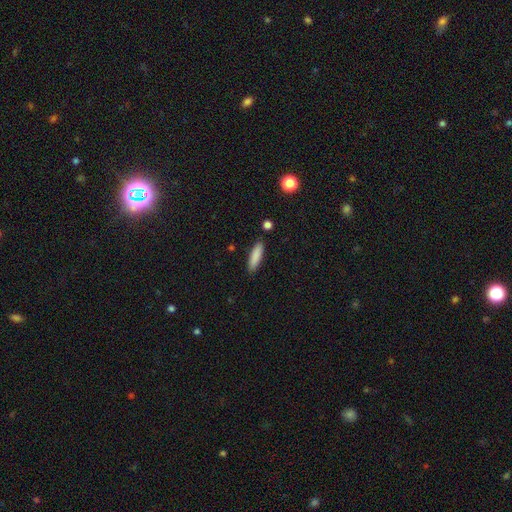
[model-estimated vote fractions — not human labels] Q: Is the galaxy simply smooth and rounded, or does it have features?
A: smooth — 86%.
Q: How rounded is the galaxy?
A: cigar-shaped — 68%.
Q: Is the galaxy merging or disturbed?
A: none — 86%.